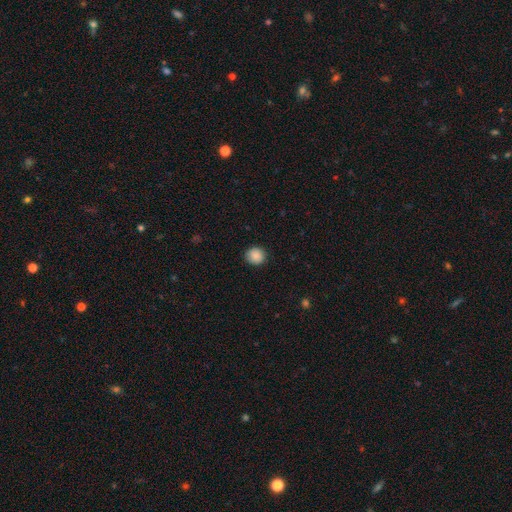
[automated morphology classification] type=smooth (89%); roundness=round (89%); merging=none (90%).